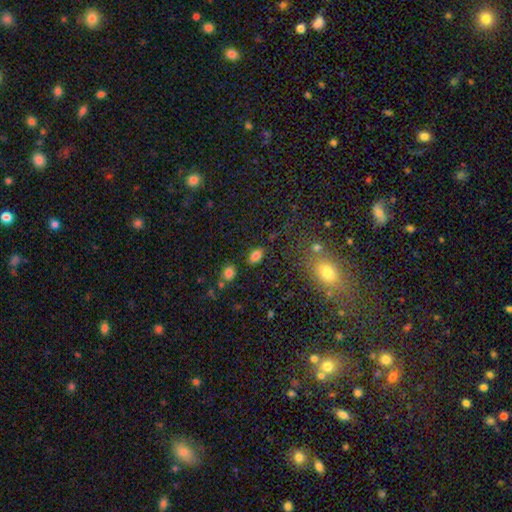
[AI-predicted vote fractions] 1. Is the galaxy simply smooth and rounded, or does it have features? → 81% smooth, 12% star or artifact, 7% featured or disk.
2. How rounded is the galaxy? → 83% in between, 15% round, 2% cigar-shaped.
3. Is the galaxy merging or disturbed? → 80% none, 12% minor disturbance, 5% merger, 3% major disturbance.